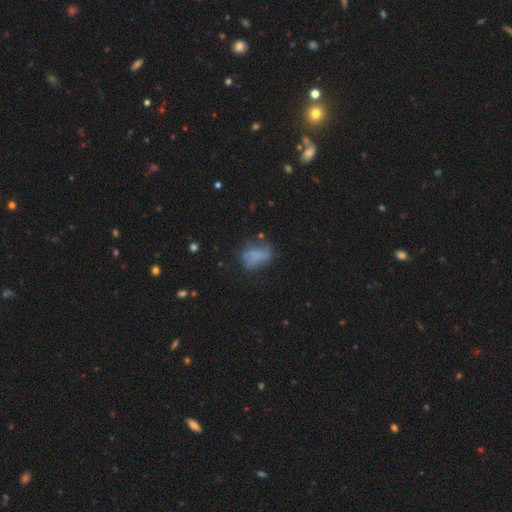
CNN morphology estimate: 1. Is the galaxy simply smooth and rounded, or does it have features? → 57% smooth, 31% featured or disk, 12% star or artifact.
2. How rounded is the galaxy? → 78% in between, 19% round, 3% cigar-shaped.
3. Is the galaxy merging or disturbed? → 45% none, 28% minor disturbance, 21% major disturbance, 5% merger.